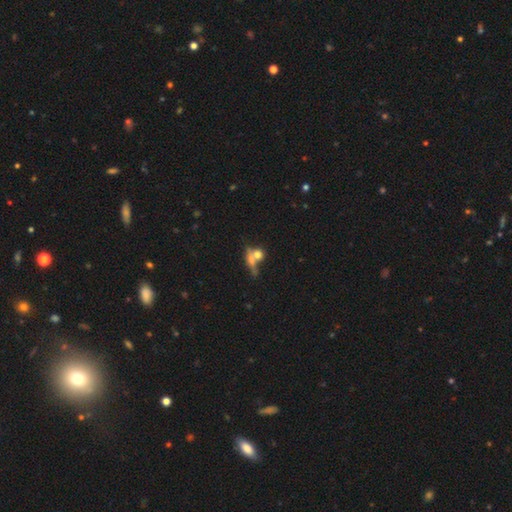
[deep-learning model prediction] Smooth or featured? Predicted: smooth (p=0.63). How rounded? Predicted: round (p=0.51). Merging? Predicted: merger (p=0.44).